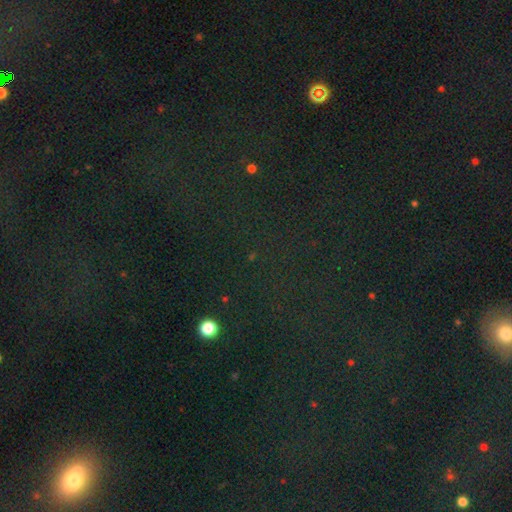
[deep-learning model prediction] star or artifact 78%, smooth 14%, featured or disk 8%.